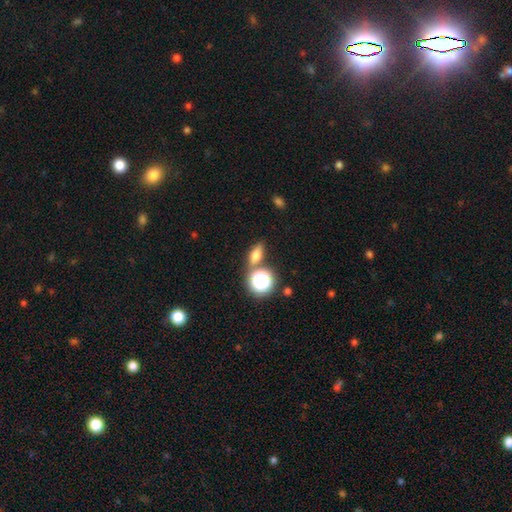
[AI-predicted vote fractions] smooth 65%, star or artifact 21%, featured or disk 15%. Down the decision tree: how rounded — in between (59%); merging — none (72%).